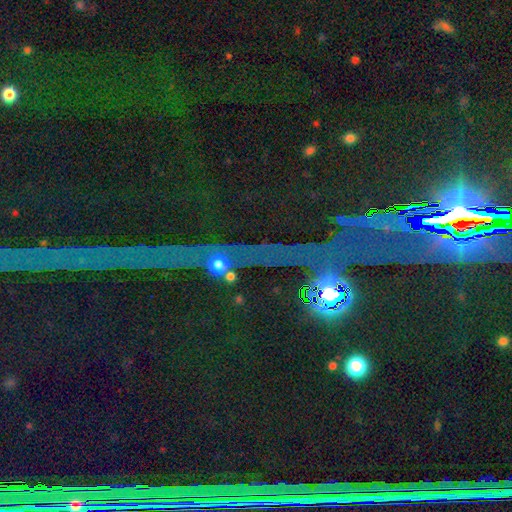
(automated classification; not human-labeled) Smooth or featured? Predicted: star or artifact (p=0.81).